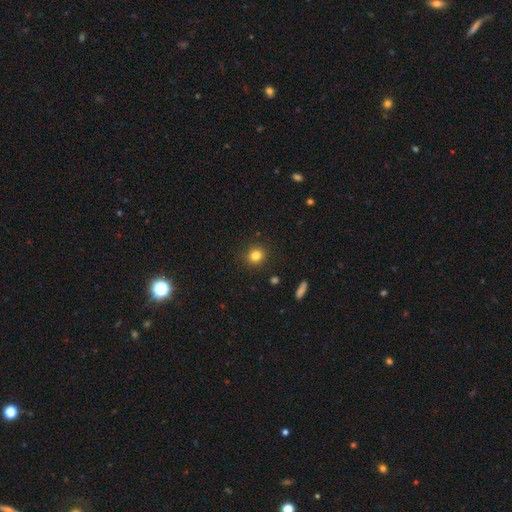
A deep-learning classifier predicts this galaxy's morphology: This appears to be a smooth galaxy with no disk features (82%) that is round (88%). Merging: none (90%).